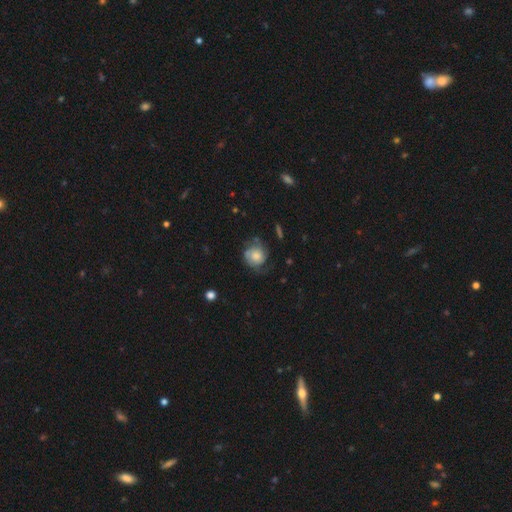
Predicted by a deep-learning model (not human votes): This is likely a featured or disk galaxy (64%). It is clearly not viewed edge-on (98%). Bar: likely no (77%). Spiral arm pattern: clearly yes (90%). Spiral arm count: possibly 2 (53%). Spiral winding: possibly tight (50%). Central bulge: marginally moderate (42%). Merging: likely none (61%).